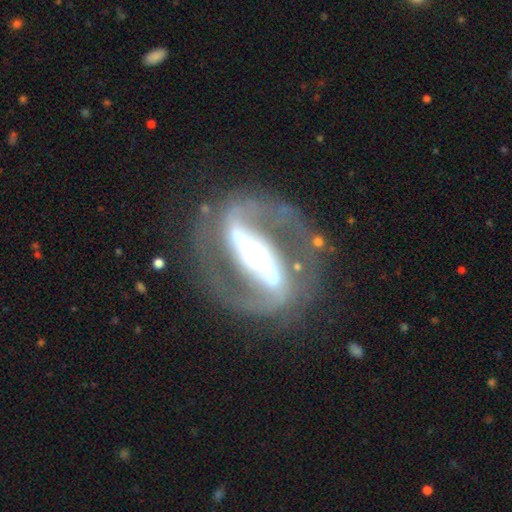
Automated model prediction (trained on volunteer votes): Smooth or featured? featured or disk (91%)
Edge-on disk? no (95%)
Bar? strong (76%)
Spiral arms? yes (94%)
Spiral winding? medium (57%)
Spiral arm count? 2 (93%)
Bulge size? moderate (56%)
Merging? none (78%)